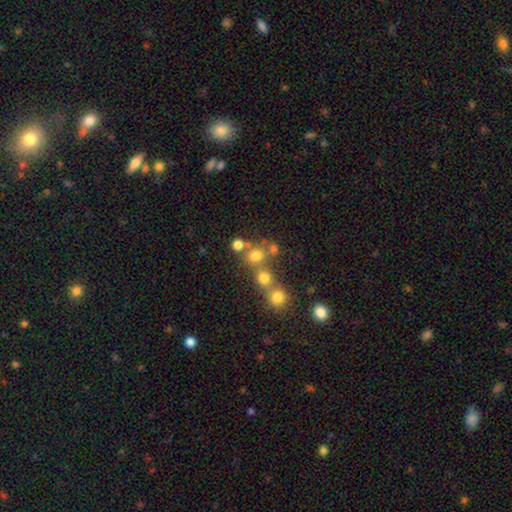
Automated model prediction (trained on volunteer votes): A smooth galaxy with no disk features (69%) that is round (84%).

Vote fractions:
- Smooth or featured? smooth: 69% / star or artifact: 19% / featured or disk: 13%
- How rounded? round: 84% / in between: 14% / cigar-shaped: 1%
- Merging? none: 54% / merger: 34% / minor disturbance: 8% / major disturbance: 4%